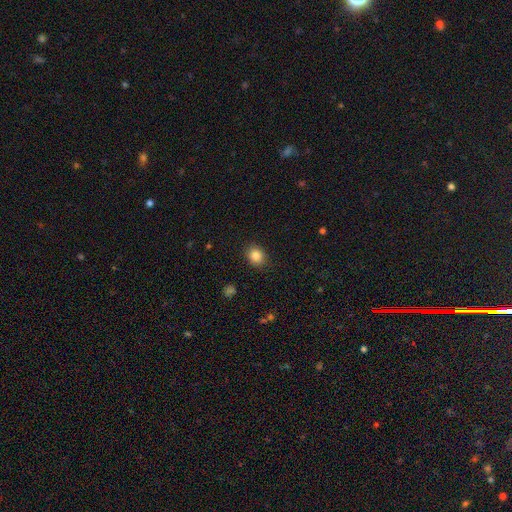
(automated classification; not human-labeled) A smooth galaxy with no disk features (85%) that is round (62%). Merging: none (88%).